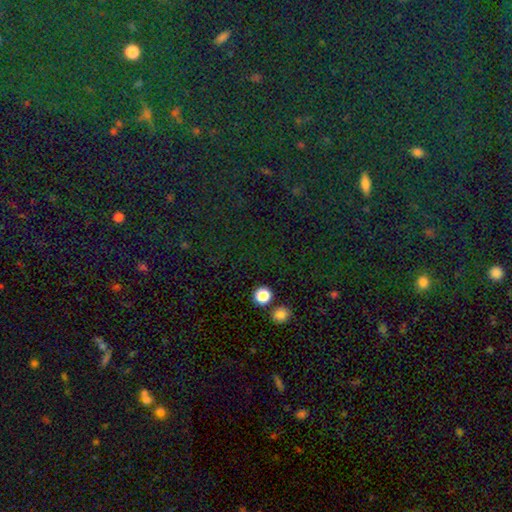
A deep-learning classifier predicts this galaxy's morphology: Smooth or featured? Predicted: star or artifact (p=0.76).